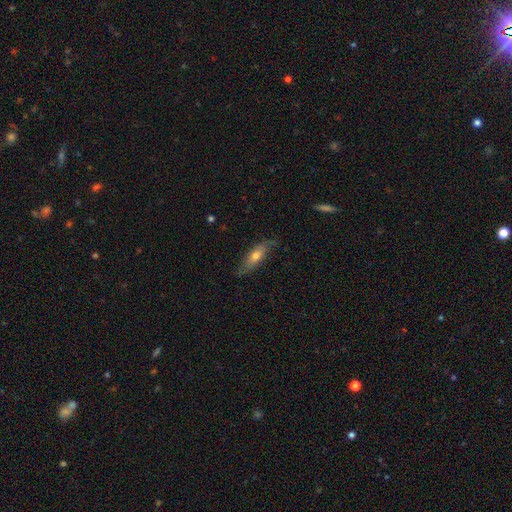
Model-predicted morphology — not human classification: The model was most divided on "smooth or featured": featured or disk: 50%, smooth: 43%, star or artifact: 7%. More confident: merging — none (71%); edge-on disk — no (56%).